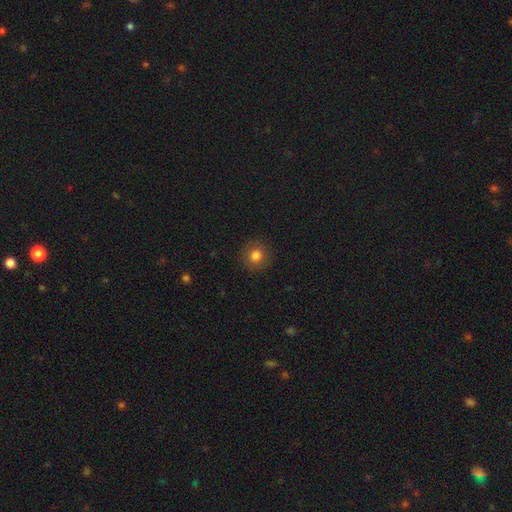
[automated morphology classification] Smooth or featured?
  - smooth: 80% *
  - star or artifact: 11%
  - featured or disk: 9%
How rounded?
  - round: 92% *
  - in between: 7%
  - cigar-shaped: 1%
Merging?
  - none: 90% *
  - minor disturbance: 7%
  - major disturbance: 3%
  - merger: 1%